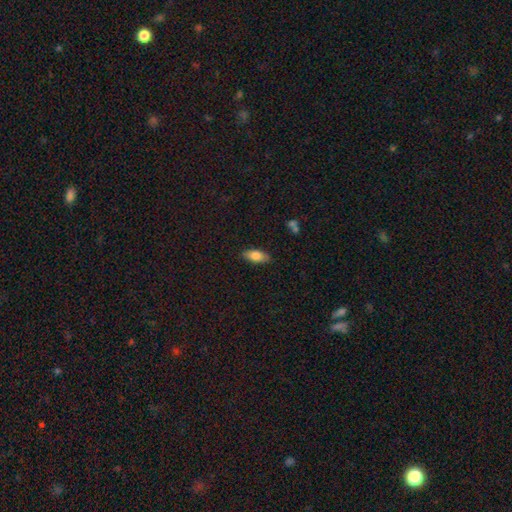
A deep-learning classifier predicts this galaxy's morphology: This appears to be a smooth galaxy with no disk features (79%) that is in between round and cigar-shaped (85%). Merging: none (85%).